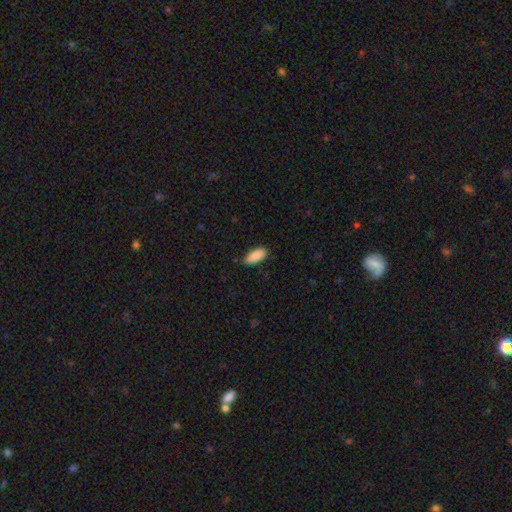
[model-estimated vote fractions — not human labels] smooth-or-featured: smooth: 90% | star or artifact: 7% | featured or disk: 4%
  how-rounded: in between: 87% | cigar-shaped: 12% | round: 2%
  merging: none: 77% | minor disturbance: 19% | major disturbance: 3% | merger: 1%